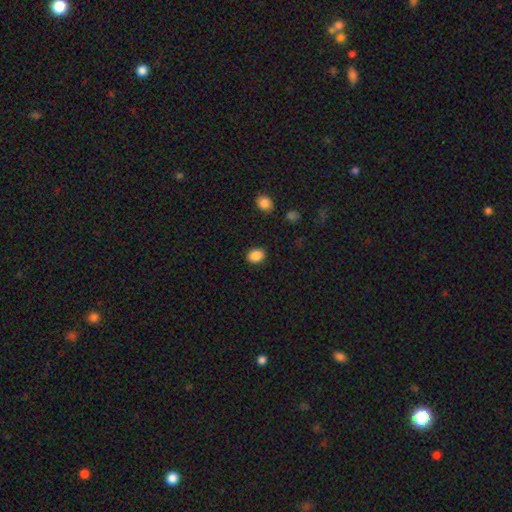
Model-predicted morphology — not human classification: Overall: smooth (88%). How rounded: in between (55%; round 44%). Merging: none (88%).